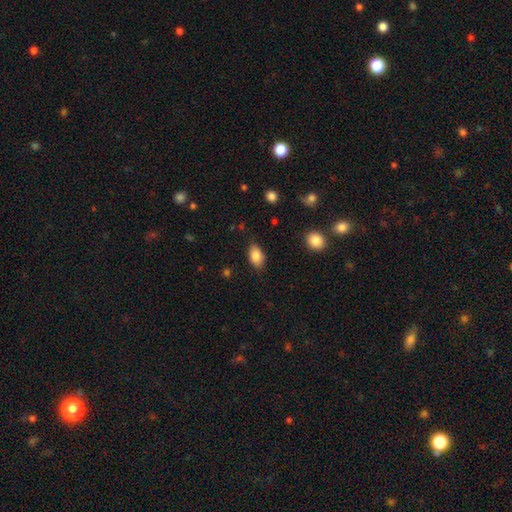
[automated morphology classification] Q: Smooth or featured?
A: smooth (85%); runner-up: star or artifact (8%)
Q: How rounded?
A: in between (89%); runner-up: round (9%)
Q: Merging?
A: none (79%); runner-up: minor disturbance (16%)